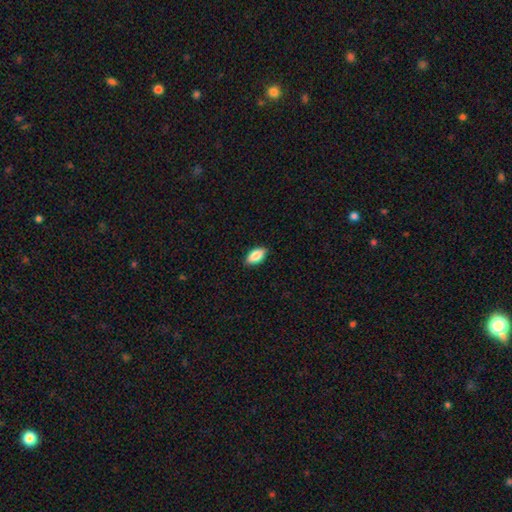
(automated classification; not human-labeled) smooth 86%, featured or disk 8%, star or artifact 7%. Down the decision tree: how rounded — in between (92%); merging — none (88%).